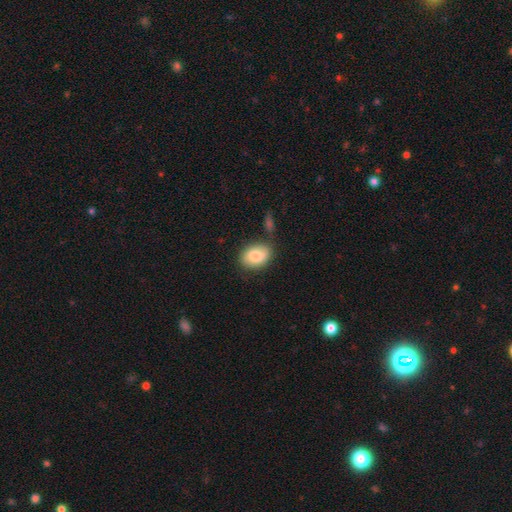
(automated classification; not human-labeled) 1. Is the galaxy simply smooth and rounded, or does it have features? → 82% smooth, 12% featured or disk, 7% star or artifact.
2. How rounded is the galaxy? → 74% in between, 25% round, 1% cigar-shaped.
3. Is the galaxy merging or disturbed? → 73% none, 16% minor disturbance, 7% merger, 4% major disturbance.